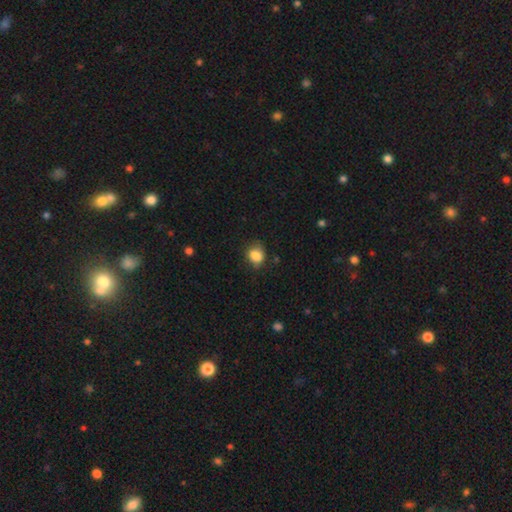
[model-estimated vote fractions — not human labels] Smooth or featured? Predicted: smooth (p=0.84). How rounded? Predicted: round (p=0.54). Merging? Predicted: none (p=0.64).